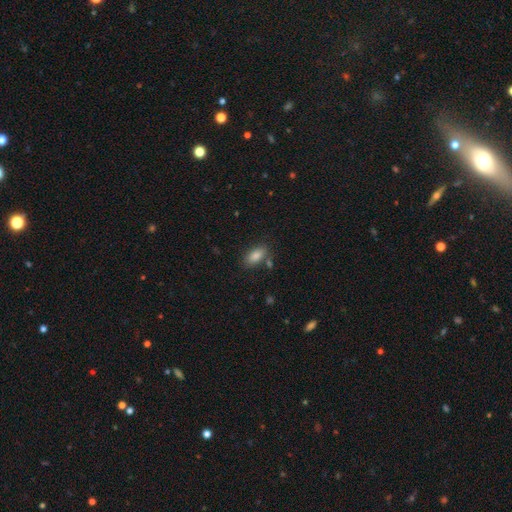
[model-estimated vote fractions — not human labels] smooth-or-featured: smooth: 84% | star or artifact: 9% | featured or disk: 7%
  how-rounded: in between: 89% | cigar-shaped: 7% | round: 4%
  merging: none: 79% | minor disturbance: 12% | merger: 6% | major disturbance: 3%